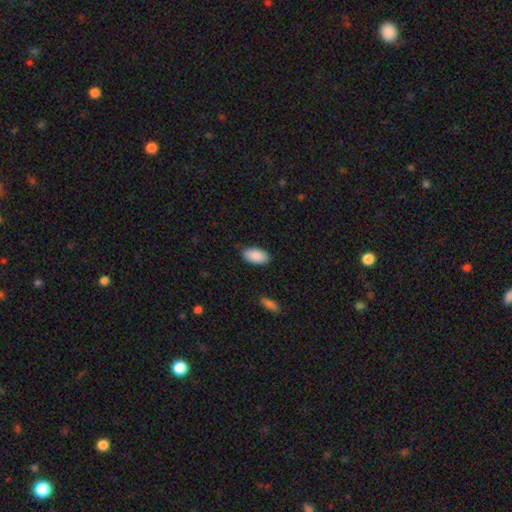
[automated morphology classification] A smooth galaxy with no disk features (90%) that is in between round and cigar-shaped (95%). Merging: none (86%).